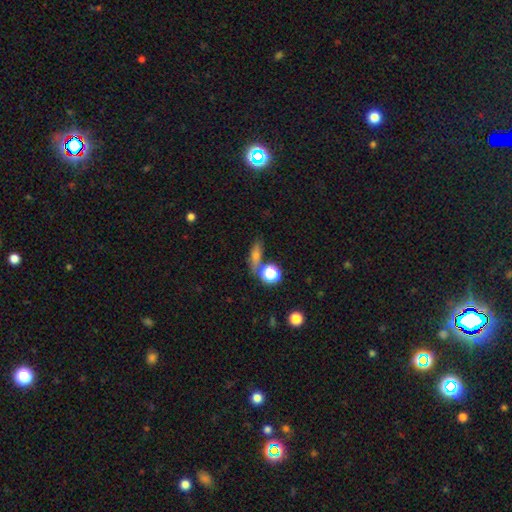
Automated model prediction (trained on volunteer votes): smooth 65%, featured or disk 18%, star or artifact 17%. Down the decision tree: how rounded — in between (42%); merging — none (65%).